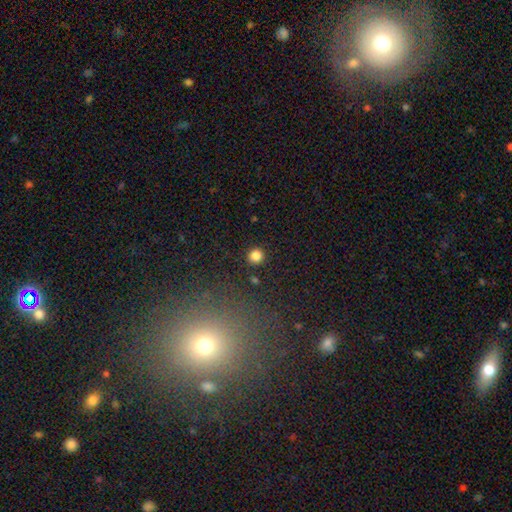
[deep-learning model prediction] This appears to be a smooth galaxy with no disk features (83%) that is round (95%). Merging: none (91%).